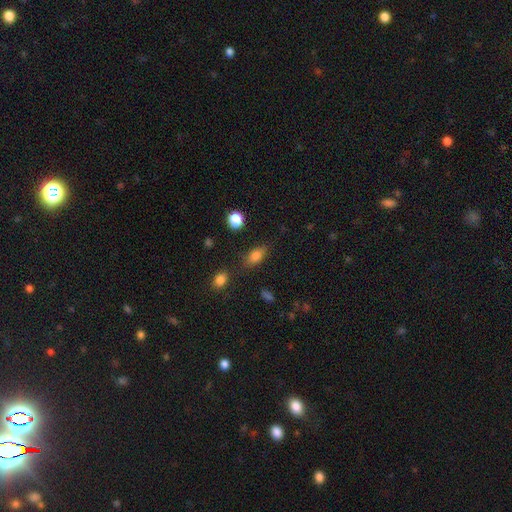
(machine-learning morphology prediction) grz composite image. It shows a smooth galaxy with no disk features (81%) that is in between round and cigar-shaped (83%). Merging: none (75%).